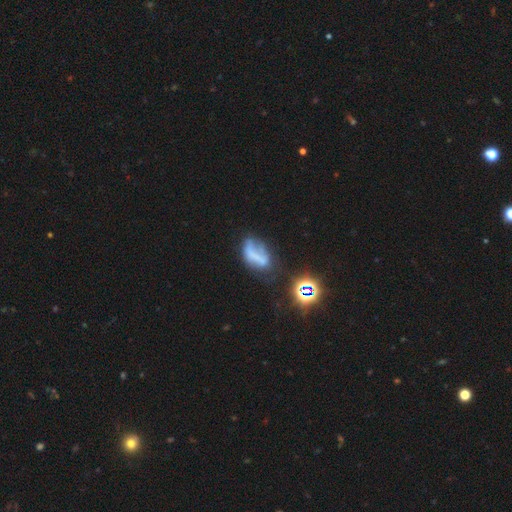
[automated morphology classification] The model was most divided on "merging" (2-way tie): none: 31%, major disturbance: 31%, minor disturbance: 26%, merger: 12%. Remaining: smooth or featured — featured or disk (43%).